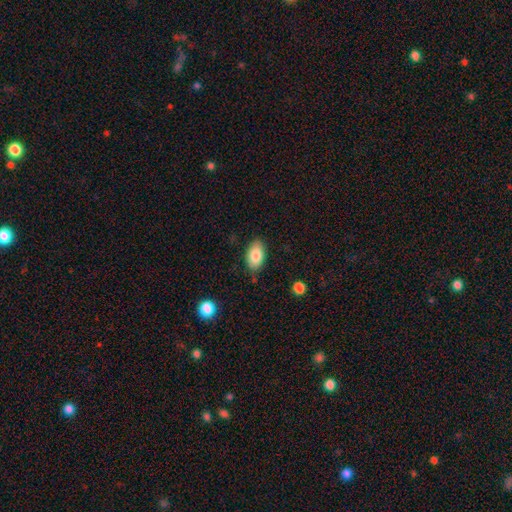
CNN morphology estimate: Smooth or featured? Predicted: smooth (p=0.84). How rounded? Predicted: in between (p=0.93). Merging? Predicted: none (p=0.82).